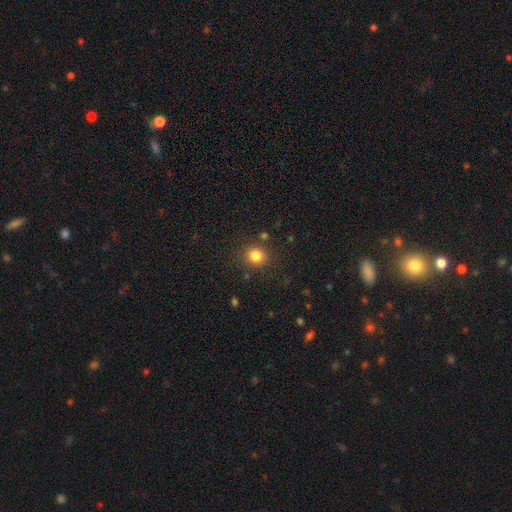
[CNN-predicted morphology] This appears to be a smooth galaxy with no disk features (82%) that is round (84%). Merging: none (86%).